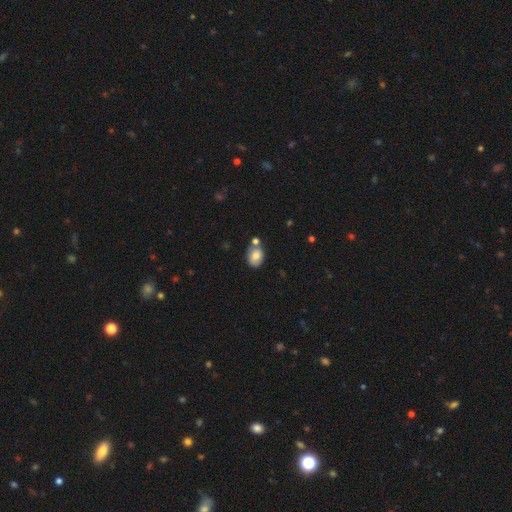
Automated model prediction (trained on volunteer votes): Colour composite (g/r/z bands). It shows a smooth galaxy with no disk features (79%) that is in between round and cigar-shaped (72%). Merging: none (60%).